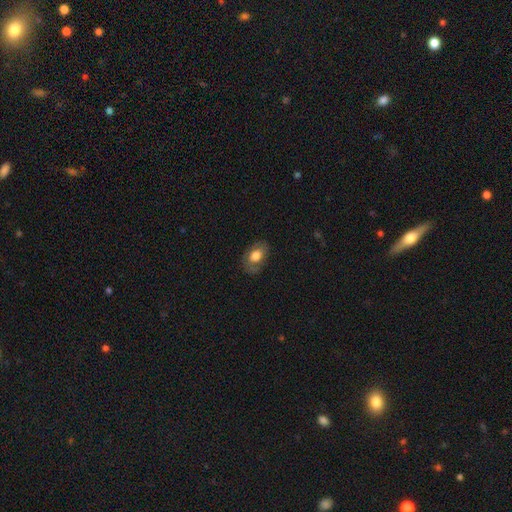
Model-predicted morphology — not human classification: This appears to be a smooth galaxy with no disk features (65%) that is in between round and cigar-shaped (84%). Merging: none (75%).